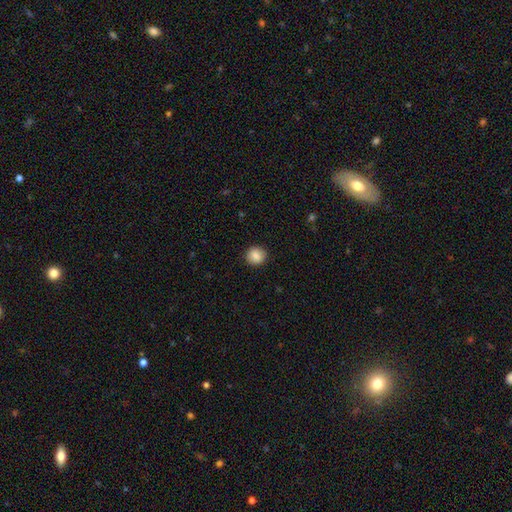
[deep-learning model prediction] Smooth or featured? smooth (87%)
How rounded? round (86%)
Merging? none (91%)